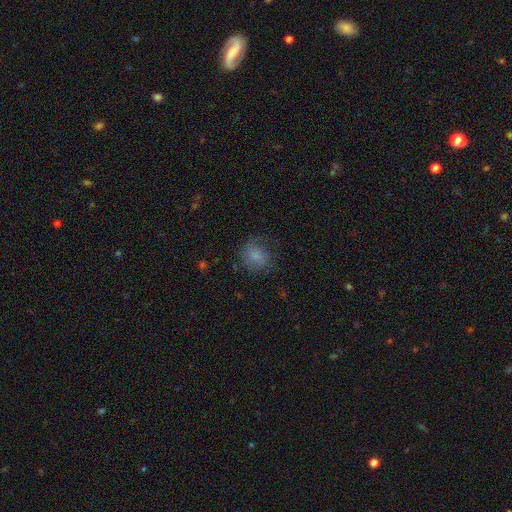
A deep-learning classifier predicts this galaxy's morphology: Overall: smooth (73%). How rounded: round (75%). Merging: none (61%; minor disturbance 22%).